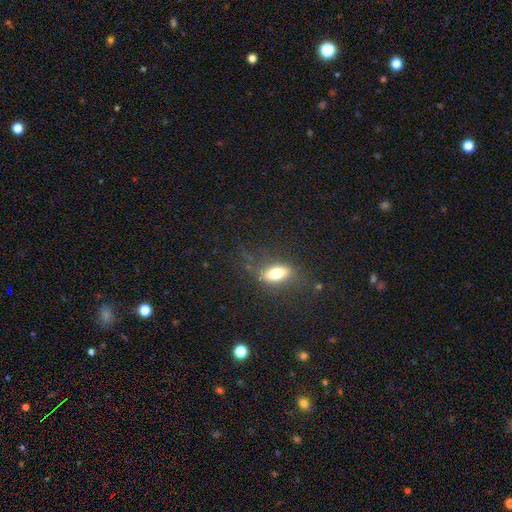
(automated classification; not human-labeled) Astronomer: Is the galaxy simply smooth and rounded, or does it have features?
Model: smooth — 45% (runner-up: featured or disk, 32%).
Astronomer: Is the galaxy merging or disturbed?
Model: none — 71%.